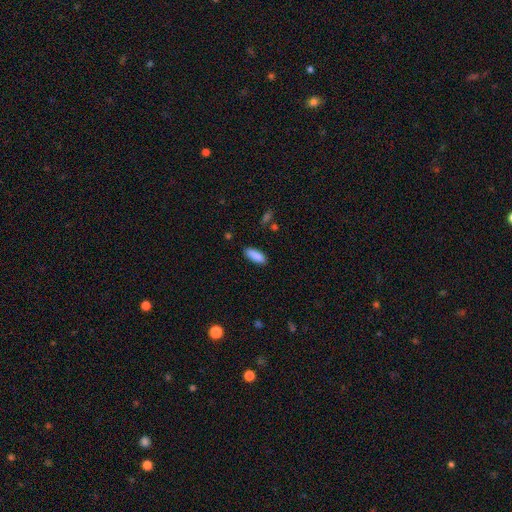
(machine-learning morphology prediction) A smooth galaxy with no disk features (89%) that is in between round and cigar-shaped (75%). Merging: none (86%).